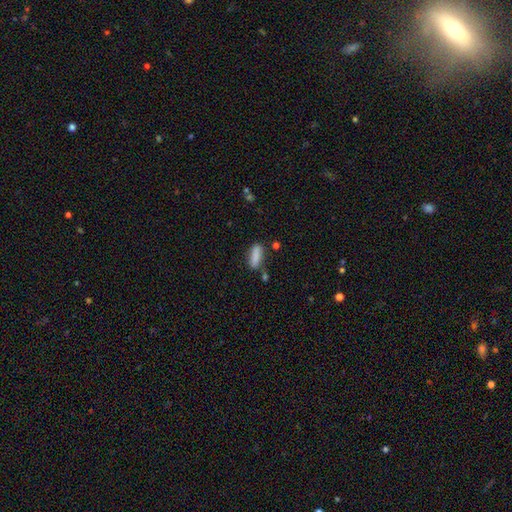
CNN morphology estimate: Smooth or featured? Predicted: smooth (p=0.86). How rounded? Predicted: in between (p=0.57). Merging? Predicted: none (p=0.68).